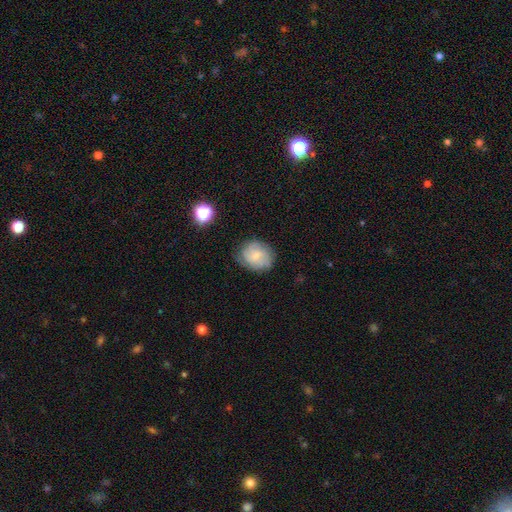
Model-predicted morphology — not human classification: smooth-or-featured: smooth: 64% | featured or disk: 27% | star or artifact: 9%
  how-rounded: round: 70% | in between: 29% | cigar-shaped: 1%
  merging: none: 75% | minor disturbance: 19% | major disturbance: 5% | merger: 2%